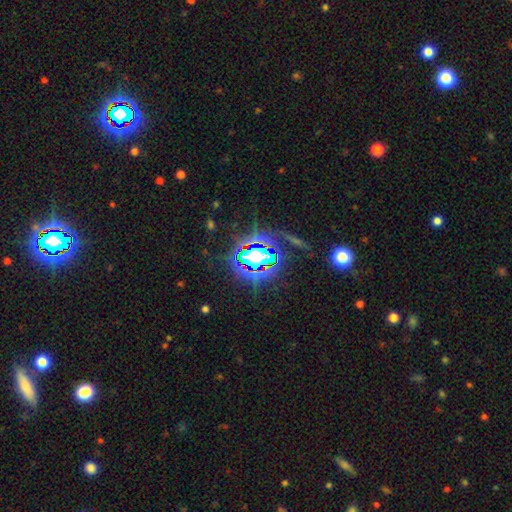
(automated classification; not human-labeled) This appears to be a star or artifact, not a galaxy (81%).